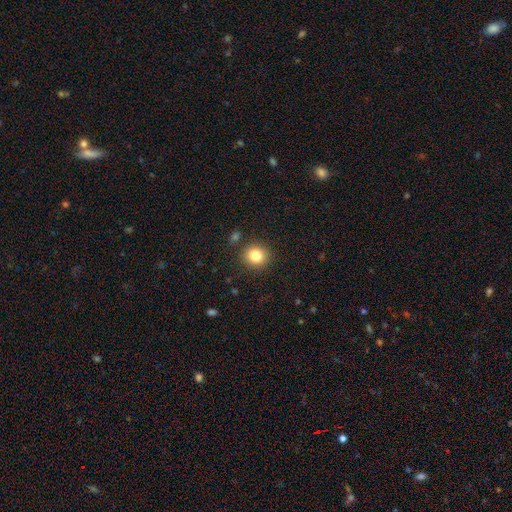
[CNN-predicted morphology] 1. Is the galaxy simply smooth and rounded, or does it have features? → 82% smooth, 12% star or artifact, 7% featured or disk.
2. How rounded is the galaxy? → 89% round, 10% in between, 1% cigar-shaped.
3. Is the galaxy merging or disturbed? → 88% none, 7% minor disturbance, 2% merger, 2% major disturbance.